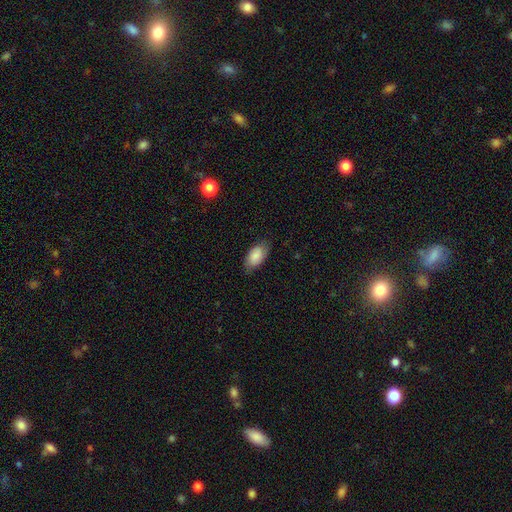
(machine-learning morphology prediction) smooth_or_featured: smooth (p=0.84) [alt: featured or disk p=0.10]
how_rounded: in between (p=0.94) [alt: round p=0.03]
merging: none (p=0.78) [alt: minor disturbance p=0.17]